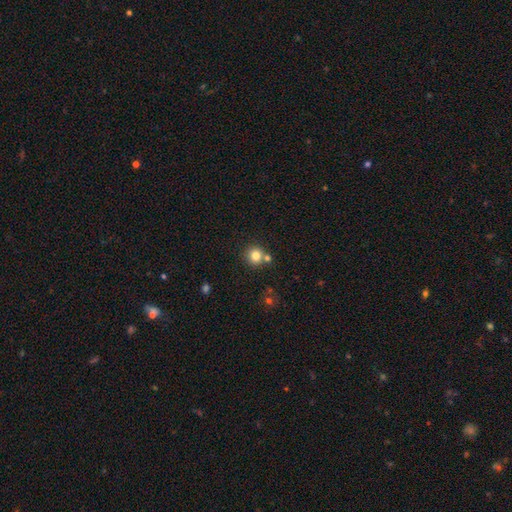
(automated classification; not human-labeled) This appears to be a smooth galaxy with no disk features (81%) that is round (92%). Merging: none (71%).